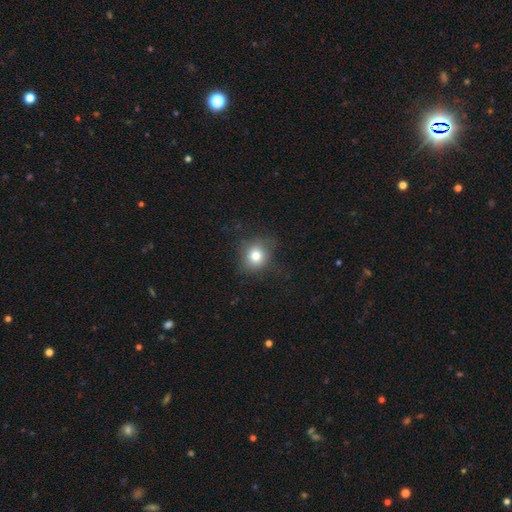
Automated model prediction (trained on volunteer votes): A smooth galaxy with no disk features (78%) that is round (79%).

Vote fractions:
- Smooth or featured? smooth: 78% / star or artifact: 12% / featured or disk: 10%
- How rounded? round: 79% / in between: 20% / cigar-shaped: 1%
- Merging? none: 76% / minor disturbance: 17% / major disturbance: 6% / merger: 1%